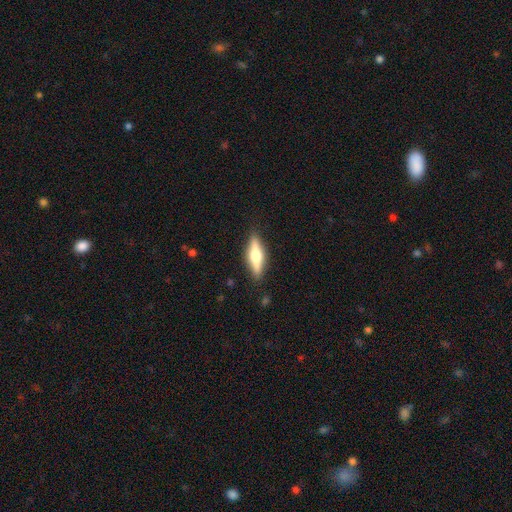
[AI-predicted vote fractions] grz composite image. It shows a featured or disk galaxy (53%) viewed edge-on (94%). Merging: none (88%).